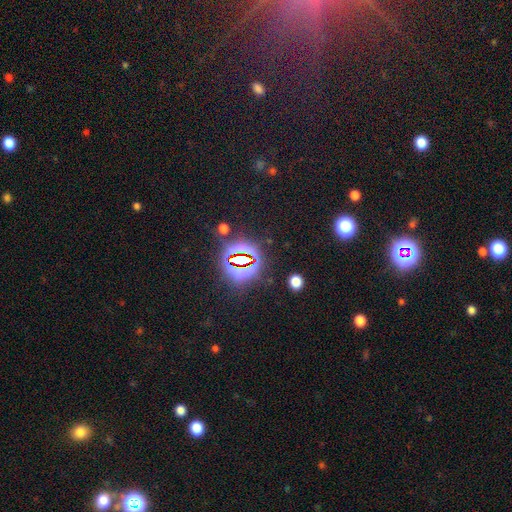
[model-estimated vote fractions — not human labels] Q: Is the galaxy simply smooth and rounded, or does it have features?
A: star or artifact — 78%.